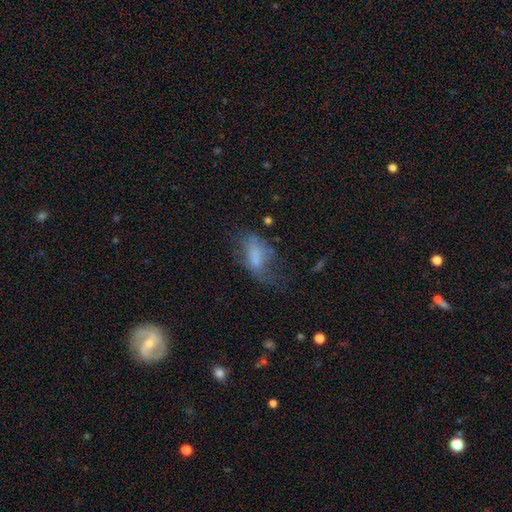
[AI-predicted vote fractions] smooth-or-featured: smooth: 55% | featured or disk: 33% | star or artifact: 12%
  how-rounded: in between: 88% | round: 6% | cigar-shaped: 5%
  merging: major disturbance: 39% | none: 31% | minor disturbance: 26% | merger: 4%